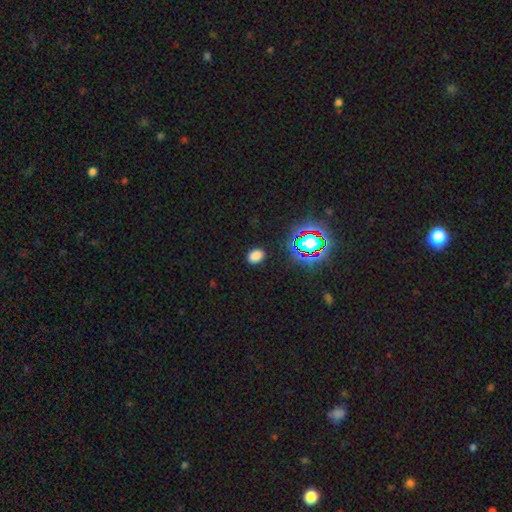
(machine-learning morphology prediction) This appears to be a smooth galaxy with no disk features (76%) that is in between round and cigar-shaped (72%). Merging: none (88%).